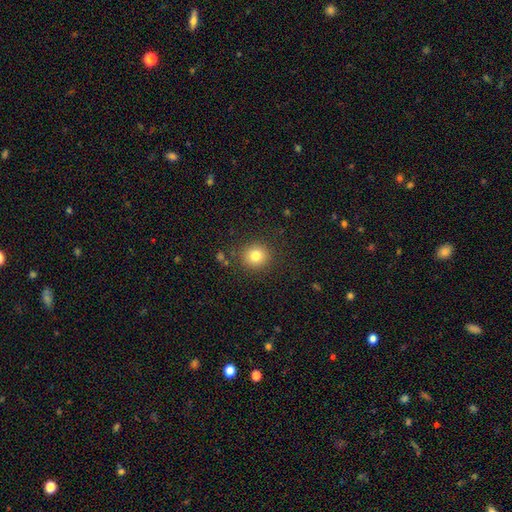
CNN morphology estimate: Smooth or featured: smooth — 81% (star or artifact — 11%)
How rounded: round — 89% (in between — 10%)
Merging: none — 87% (minor disturbance — 8%)